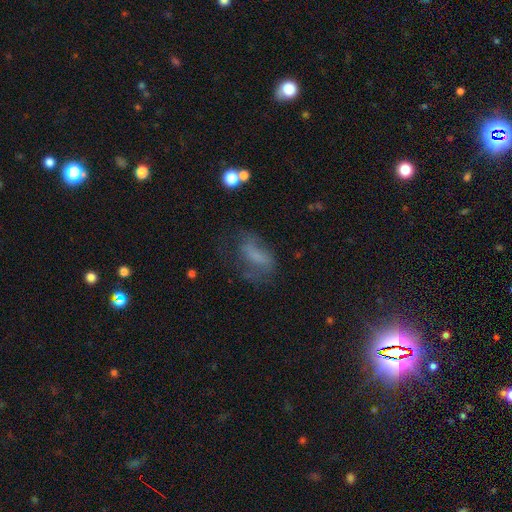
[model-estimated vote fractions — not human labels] smooth-or-featured: smooth: 51% | featured or disk: 33% | star or artifact: 16%
  how-rounded: in between: 79% | cigar-shaped: 12% | round: 9%
  merging: none: 43% | major disturbance: 28% | minor disturbance: 25% | merger: 4%